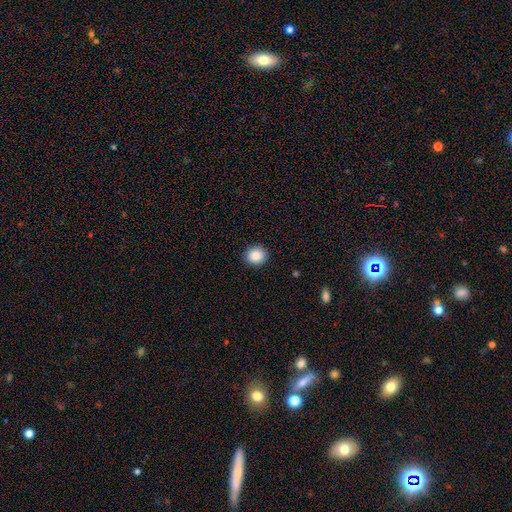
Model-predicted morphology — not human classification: A smooth galaxy with no disk features (88%) that is round (86%).

Vote fractions:
- Smooth or featured? smooth: 88% / star or artifact: 9% / featured or disk: 3%
- How rounded? round: 86% / in between: 13% / cigar-shaped: 1%
- Merging? none: 91% / minor disturbance: 6% / major disturbance: 2% / merger: 1%